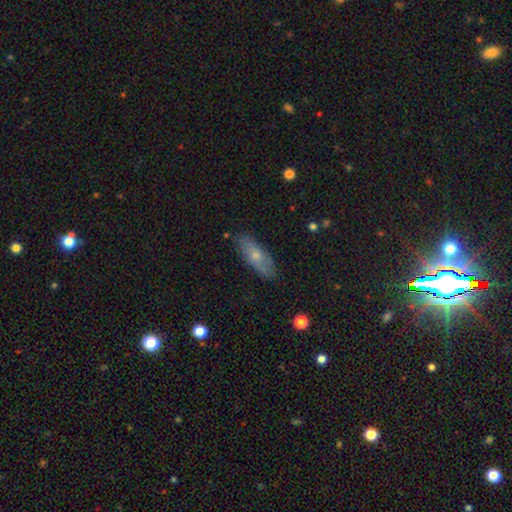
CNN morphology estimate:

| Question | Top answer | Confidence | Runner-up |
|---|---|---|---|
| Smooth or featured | smooth | 61% | featured or disk (32%) |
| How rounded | in between | 63% | cigar-shaped (34%) |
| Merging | none | 82% | minor disturbance (14%) |